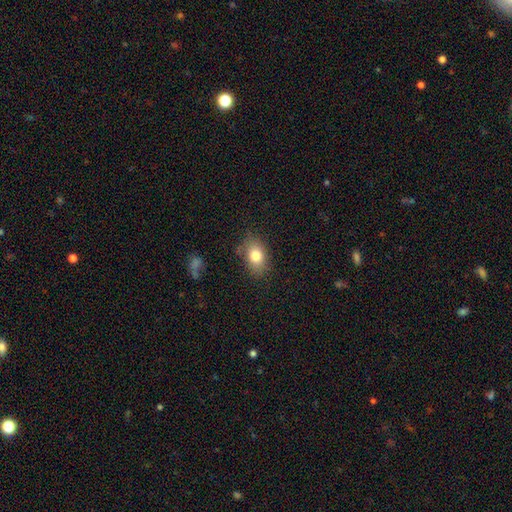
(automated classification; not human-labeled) This is likely a smooth galaxy (80%). How rounded: likely in between (79%). Merging: likely none (78%).